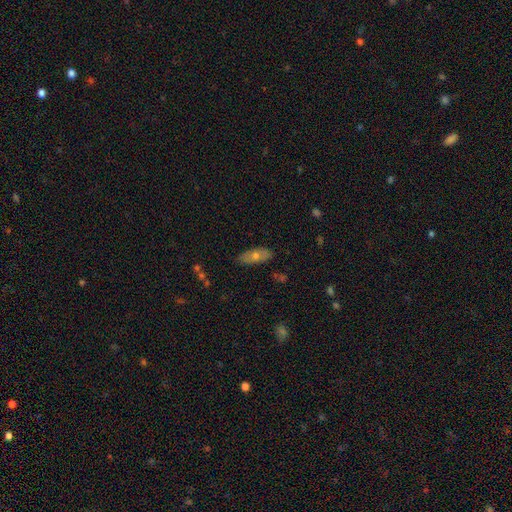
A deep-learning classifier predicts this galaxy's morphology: This appears to be a smooth galaxy with no disk features (53%) that is in between round and cigar-shaped (76%). Merging: none (84%).